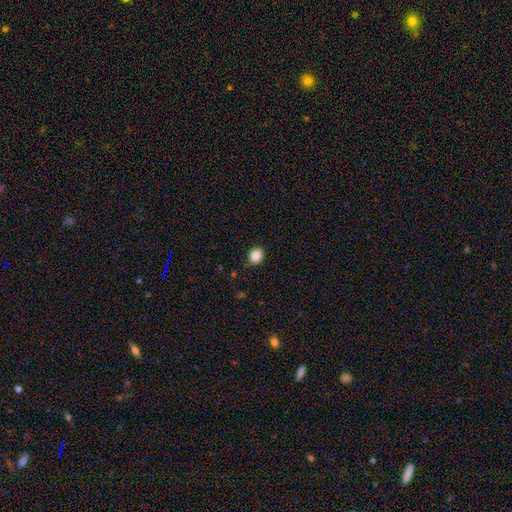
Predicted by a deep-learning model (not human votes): smooth_or_featured: smooth (p=0.85) [alt: star or artifact p=0.11]
how_rounded: round (p=0.73) [alt: in between p=0.26]
merging: none (p=0.88) [alt: minor disturbance p=0.09]